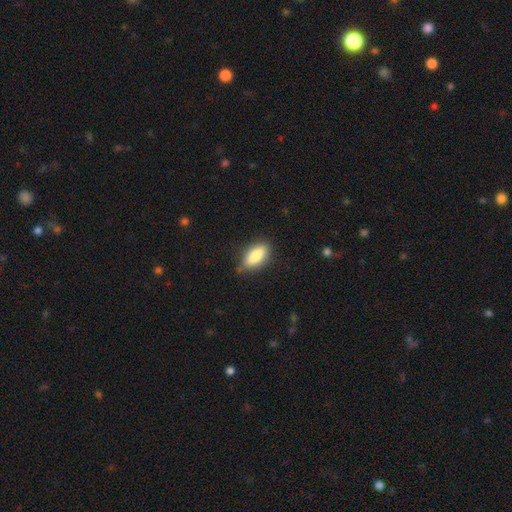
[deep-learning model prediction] Smooth or featured? Predicted: smooth (p=0.79). How rounded? Predicted: in between (p=0.81). Merging? Predicted: none (p=0.81).